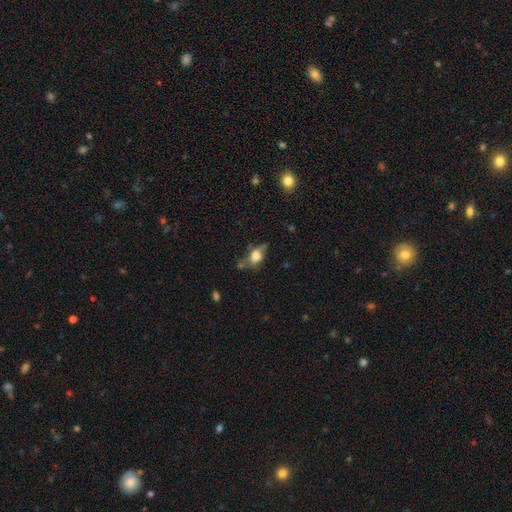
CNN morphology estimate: The model was most divided on "merging": none: 44%, minor disturbance: 29%, major disturbance: 15%, merger: 11%. More confident: how rounded — in between (67%); smooth or featured — smooth (67%).